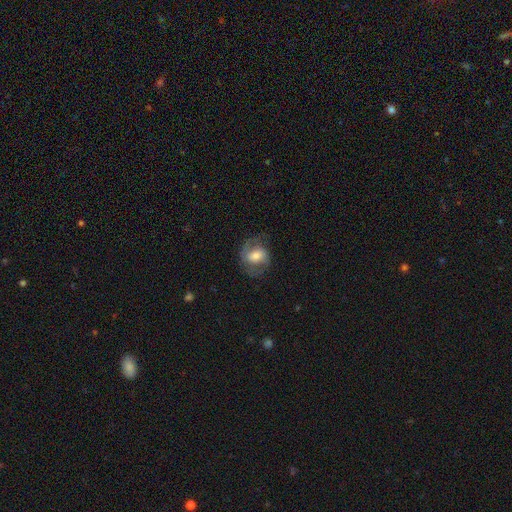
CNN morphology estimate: This appears to be a featured or disk galaxy (60%) with no bar (47%), spiral arms (83%) and a moderate central bulge (56%). Merging: none (67%).